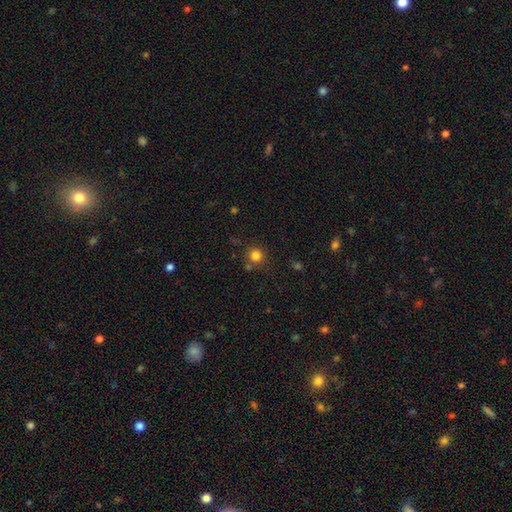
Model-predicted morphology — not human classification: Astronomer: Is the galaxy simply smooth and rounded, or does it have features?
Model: smooth — 81%.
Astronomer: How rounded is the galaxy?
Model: round — 93%.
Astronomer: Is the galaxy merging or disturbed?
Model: none — 79%.